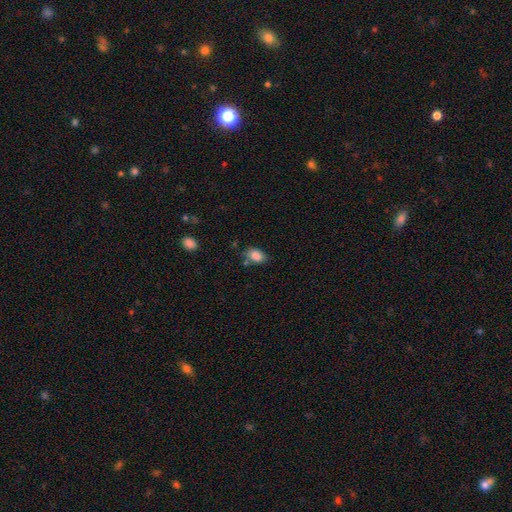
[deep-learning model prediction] The model was most divided on "merging": none: 66%, minor disturbance: 20%, merger: 9%, major disturbance: 5%. More confident: smooth or featured — smooth (86%); how rounded — in between (84%).